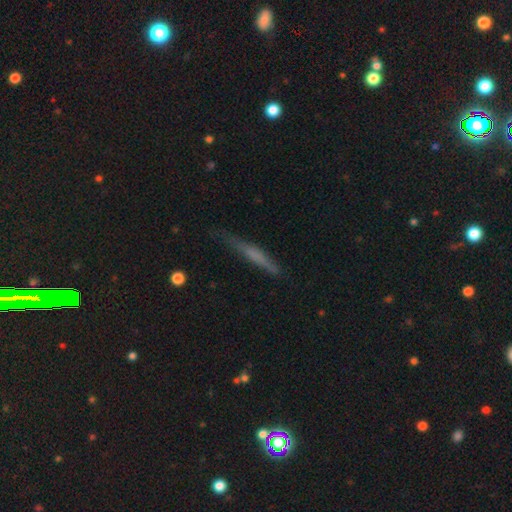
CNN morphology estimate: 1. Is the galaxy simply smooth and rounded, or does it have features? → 50% smooth, 42% featured or disk, 8% star or artifact.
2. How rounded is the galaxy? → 93% cigar-shaped, 5% in between, 2% round.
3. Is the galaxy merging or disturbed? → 71% none, 21% minor disturbance, 6% major disturbance, 2% merger.